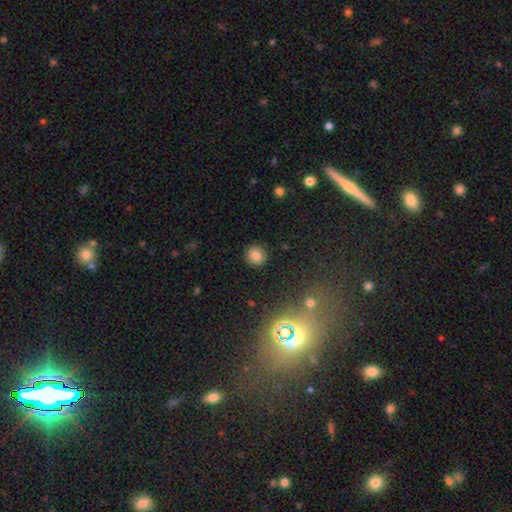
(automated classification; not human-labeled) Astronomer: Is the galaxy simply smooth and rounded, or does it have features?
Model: smooth — 81%.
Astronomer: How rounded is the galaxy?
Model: round — 90%.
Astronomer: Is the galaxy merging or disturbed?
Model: none — 90%.